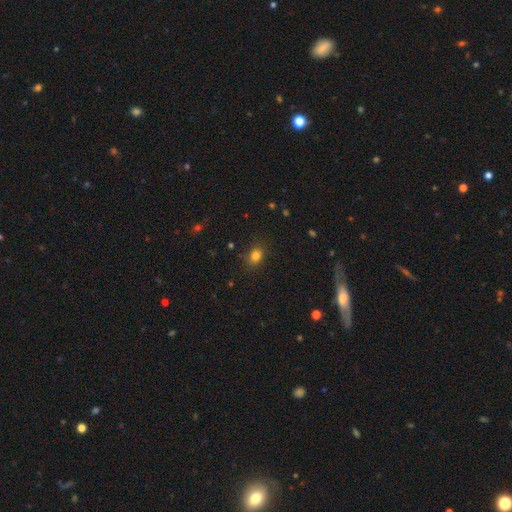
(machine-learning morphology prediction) This appears to be a smooth galaxy with no disk features (80%) that is in between round and cigar-shaped (51%). Merging: none (81%).